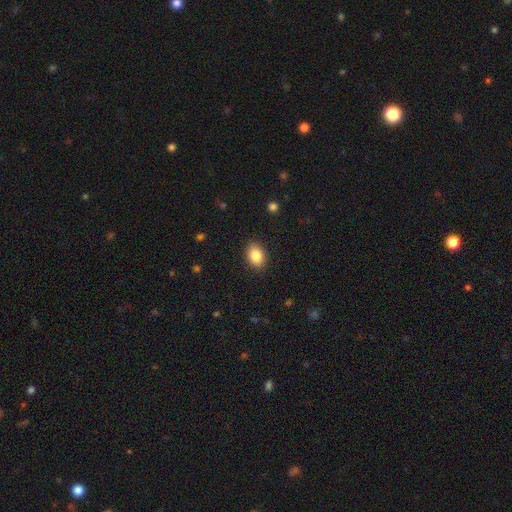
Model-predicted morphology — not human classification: type=smooth (86%); roundness=in between (78%); merging=none (88%).